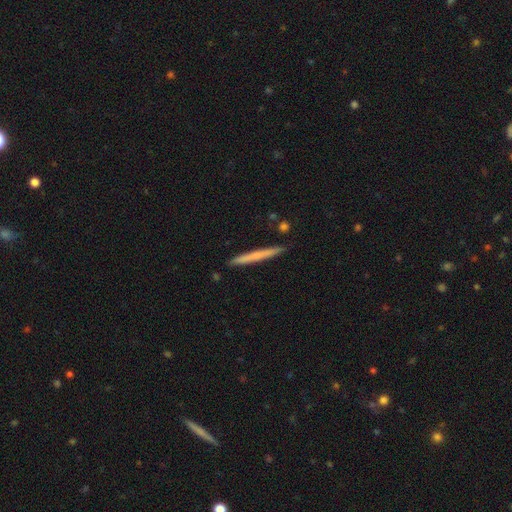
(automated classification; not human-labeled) smooth_or_featured: smooth (p=0.61) [alt: featured or disk p=0.33]
how_rounded: cigar-shaped (p=0.97) [alt: in between p=0.02]
merging: none (p=0.91) [alt: minor disturbance p=0.06]